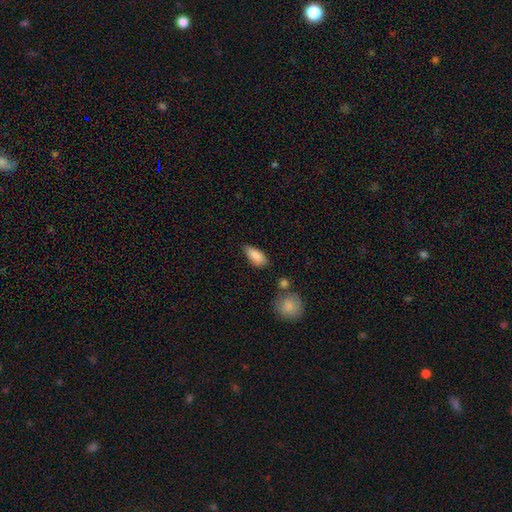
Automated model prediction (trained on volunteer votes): A smooth galaxy with no disk features (87%) that is in between round and cigar-shaped (85%).

Vote fractions:
- Smooth or featured? smooth: 87% / star or artifact: 7% / featured or disk: 6%
- How rounded? in between: 85% / cigar-shaped: 12% / round: 3%
- Merging? none: 71% / minor disturbance: 21% / merger: 5% / major disturbance: 4%